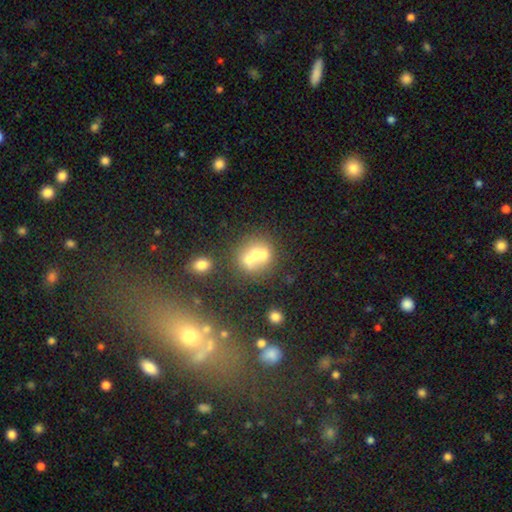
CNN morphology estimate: Smooth or featured?
  - smooth: 54% *
  - featured or disk: 31%
  - star or artifact: 15%
How rounded?
  - round: 76% *
  - in between: 23%
  - cigar-shaped: 1%
Merging?
  - merger: 56% *
  - none: 31%
  - minor disturbance: 8%
  - major disturbance: 5%